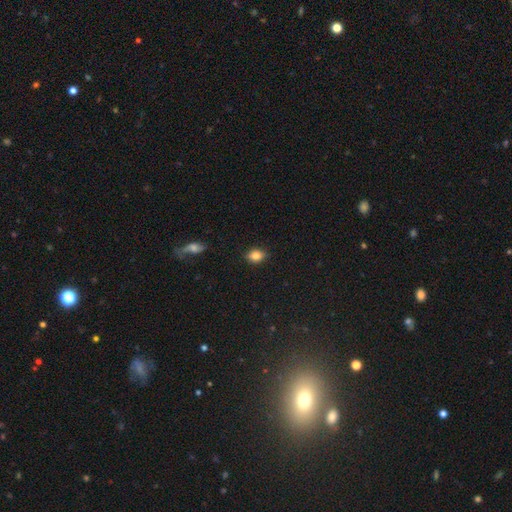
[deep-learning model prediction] smooth_or_featured: smooth (p=0.84) [alt: star or artifact p=0.10]
how_rounded: in between (p=0.61) [alt: round p=0.38]
merging: none (p=0.83) [alt: minor disturbance p=0.13]